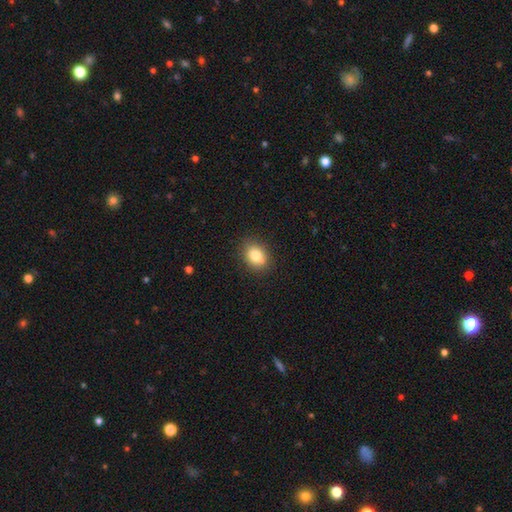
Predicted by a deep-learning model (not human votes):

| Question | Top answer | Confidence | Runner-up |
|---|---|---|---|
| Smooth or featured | smooth | 81% | star or artifact (10%) |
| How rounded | in between | 58% | round (41%) |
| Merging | none | 75% | minor disturbance (16%) |